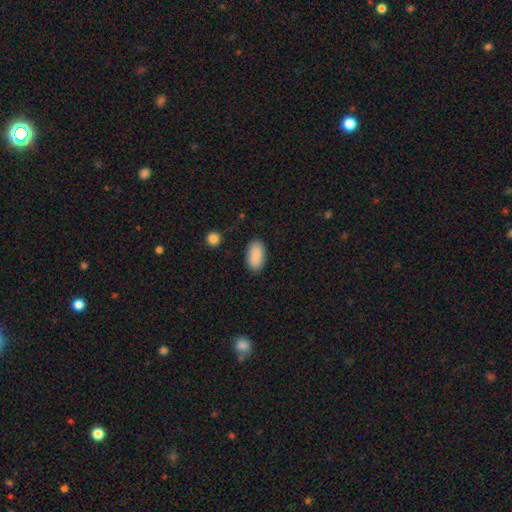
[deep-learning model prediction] This is clearly a smooth galaxy (89%). How rounded: clearly in between (94%). Merging: clearly none (87%).